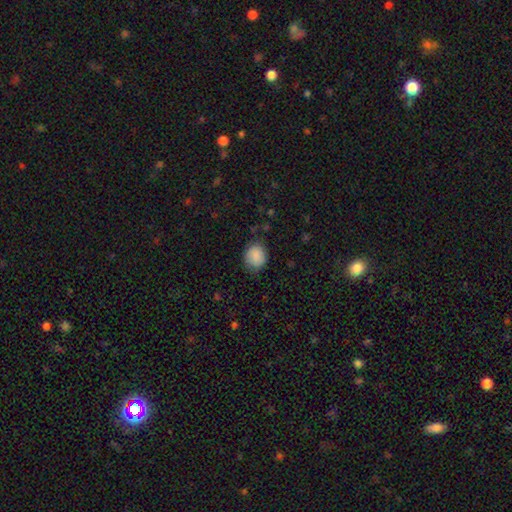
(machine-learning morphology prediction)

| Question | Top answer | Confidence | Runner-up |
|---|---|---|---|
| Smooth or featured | smooth | 88% | star or artifact (8%) |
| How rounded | round | 69% | in between (30%) |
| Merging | none | 79% | minor disturbance (15%) |